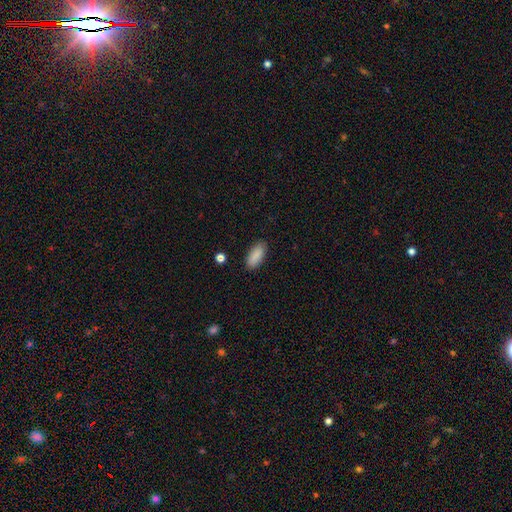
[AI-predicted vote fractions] Smooth or featured? smooth (89%)
How rounded? in between (81%)
Merging? none (88%)